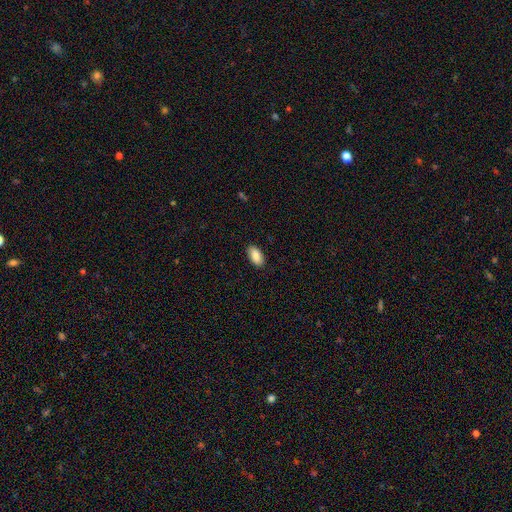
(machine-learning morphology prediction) This appears to be a smooth galaxy with no disk features (88%) that is in between round and cigar-shaped (93%). Merging: none (88%).